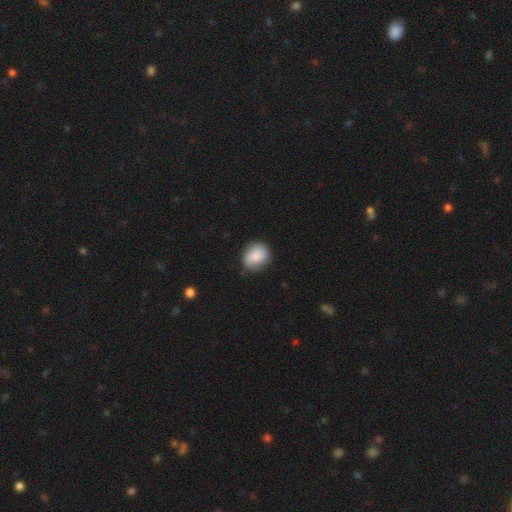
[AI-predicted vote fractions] This is clearly a smooth galaxy (83%). How rounded: likely round (69%). Merging: likely none (69%).